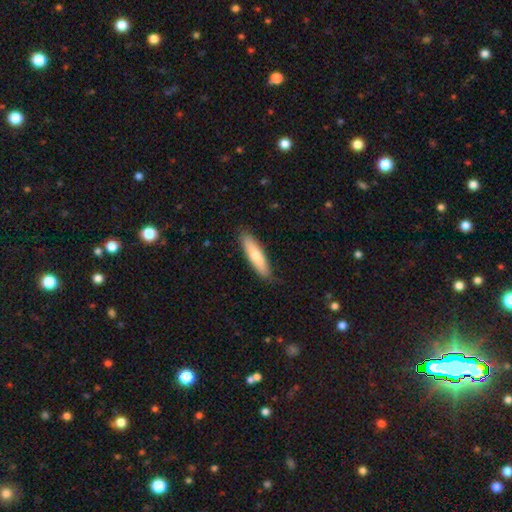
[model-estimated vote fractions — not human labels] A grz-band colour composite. It shows a smooth galaxy with no disk features (69%) that is cigar-shaped (69%). Merging: none (85%).